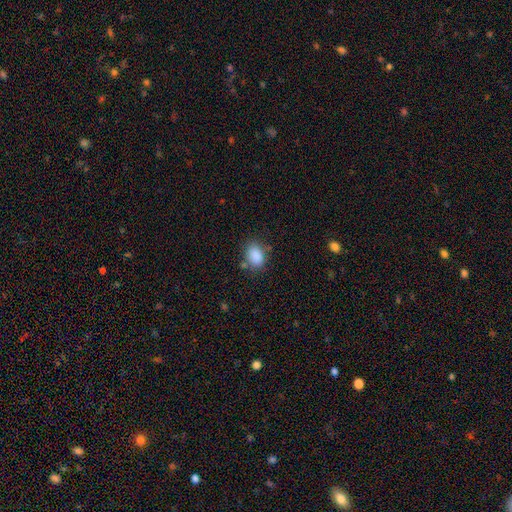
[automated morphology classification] This appears to be a smooth galaxy with no disk features (88%) that is in between round and cigar-shaped (78%). Merging: none (74%).